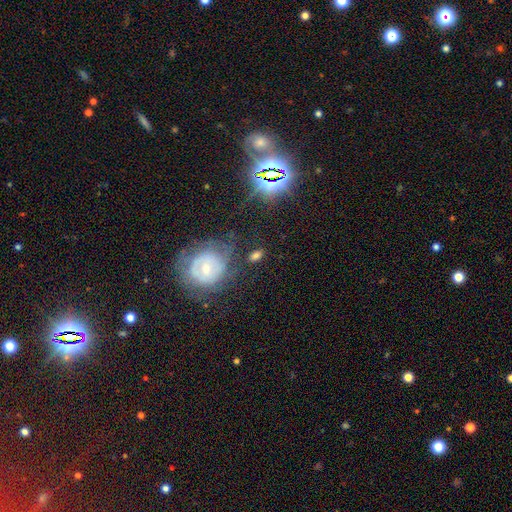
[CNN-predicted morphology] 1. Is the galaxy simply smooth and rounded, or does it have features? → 60% smooth, 22% featured or disk, 18% star or artifact.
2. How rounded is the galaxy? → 75% in between, 19% round, 5% cigar-shaped.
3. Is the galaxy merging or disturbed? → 71% none, 16% minor disturbance, 8% major disturbance, 5% merger.